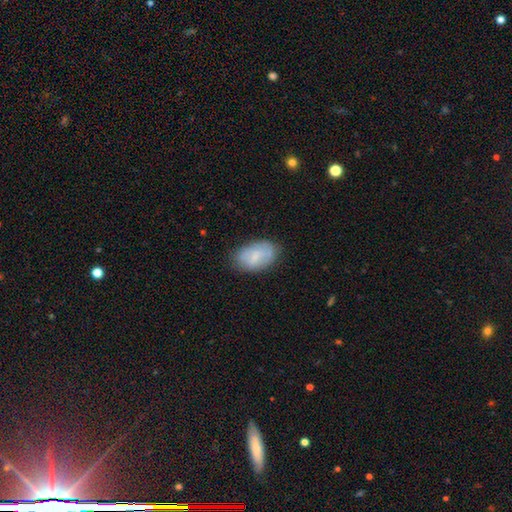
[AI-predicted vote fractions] This is likely a smooth galaxy (67%). How rounded: clearly in between (92%). Merging: likely none (74%).